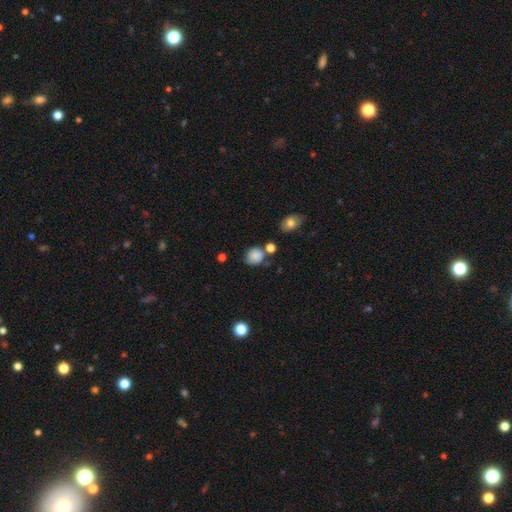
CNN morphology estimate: Overall: smooth (84%). How rounded: round (70%). Merging: none (62%).